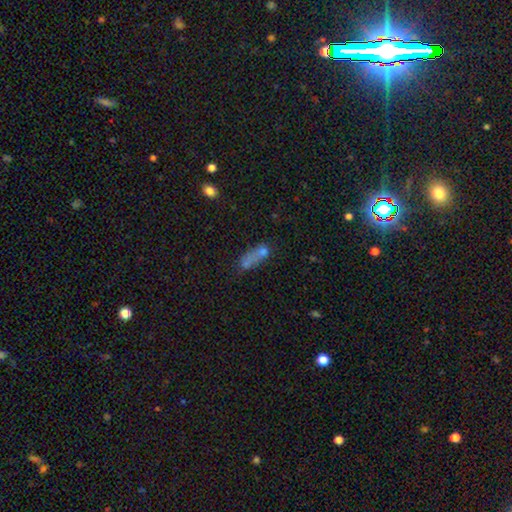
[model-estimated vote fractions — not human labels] Smooth or featured?
  - smooth: 58% *
  - star or artifact: 24%
  - featured or disk: 18%
How rounded?
  - in between: 51% *
  - cigar-shaped: 34%
  - round: 15%
Merging?
  - none: 40% *
  - merger: 29%
  - minor disturbance: 16%
  - major disturbance: 15%